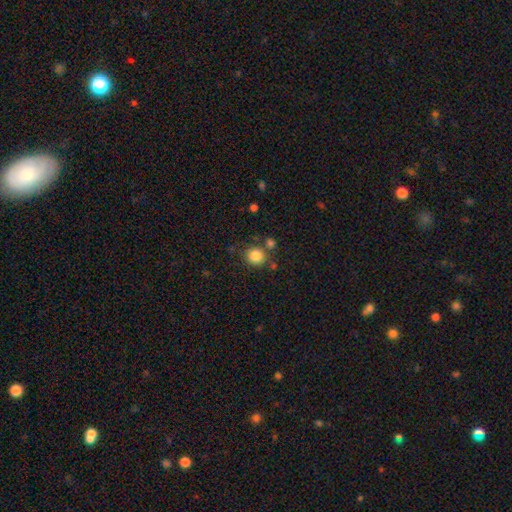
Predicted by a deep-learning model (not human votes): This appears to be a smooth galaxy with no disk features (84%) that is round (90%). Merging: none (76%).